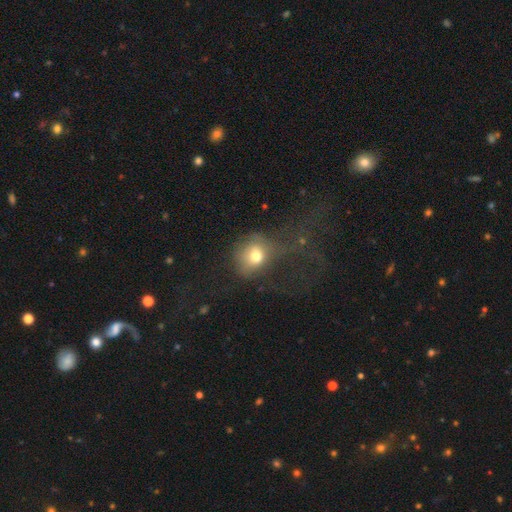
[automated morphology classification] Q: Smooth or featured?
A: smooth (70%); runner-up: featured or disk (16%)
Q: How rounded?
A: round (66%); runner-up: in between (32%)
Q: Merging?
A: major disturbance (45%); runner-up: none (31%)